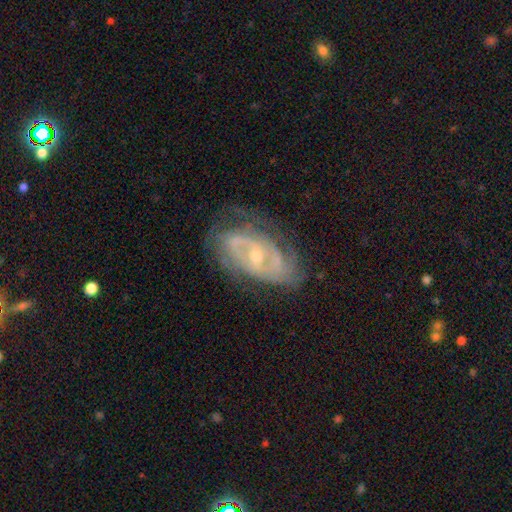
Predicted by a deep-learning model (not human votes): This is clearly a featured or disk galaxy (83%). It is clearly not viewed edge-on (95%). Bar: possibly no (52%). Spiral arm pattern: clearly yes (91%). Spiral arm count: marginally 2 (45%). Spiral winding: possibly tight (54%). Central bulge: possibly small (60%). Merging: likely none (66%).